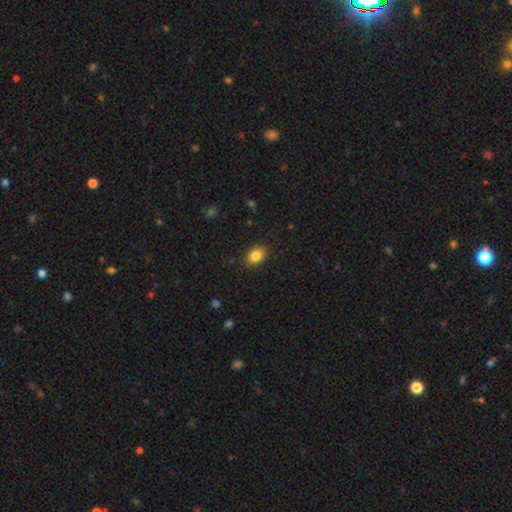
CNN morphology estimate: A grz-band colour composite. It shows a smooth galaxy with no disk features (84%) that is in between round and cigar-shaped (78%). Merging: none (87%).